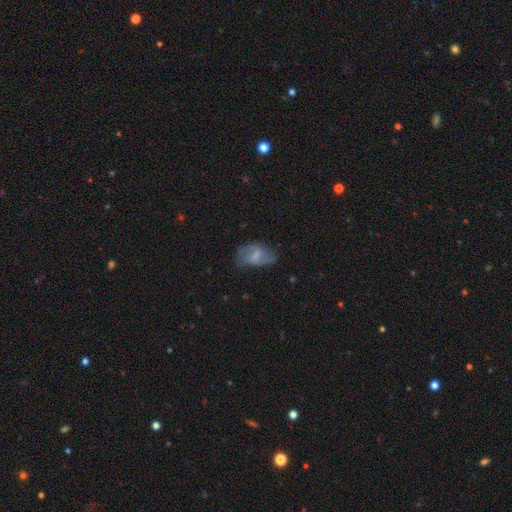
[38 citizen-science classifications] This appears to be a featured or disk galaxy (63%) with a weak bar (50%), 2 (83%) loose (78%) spiral arms (82%) and a small central bulge (41%). Merging: none (72%).